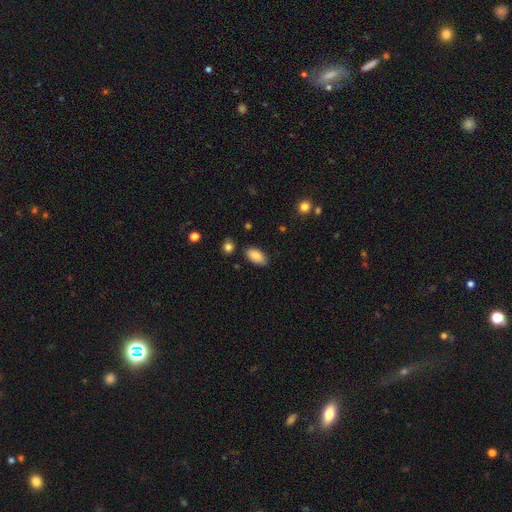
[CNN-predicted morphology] A smooth galaxy with no disk features (86%) that is in between round and cigar-shaped (94%).

Vote fractions:
- Smooth or featured? smooth: 86% / featured or disk: 7% / star or artifact: 7%
- How rounded? in between: 94% / round: 3% / cigar-shaped: 3%
- Merging? none: 84% / minor disturbance: 11% / merger: 2% / major disturbance: 2%